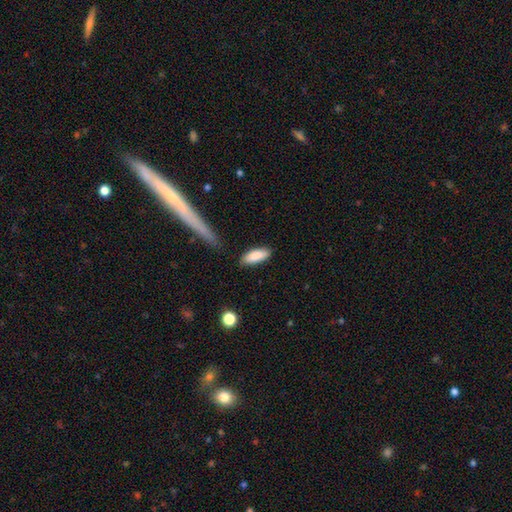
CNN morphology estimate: smooth 87%, featured or disk 7%, star or artifact 6%. Down the decision tree: how rounded — in between (72%); merging — none (82%).